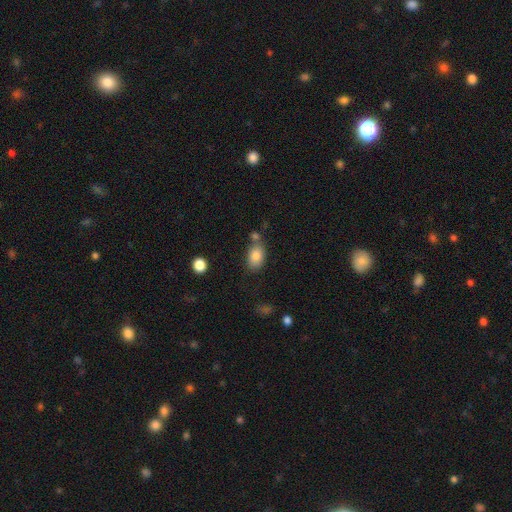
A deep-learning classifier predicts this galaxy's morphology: This is clearly a smooth galaxy (84%). How rounded: clearly in between (88%). Merging: likely none (63%).